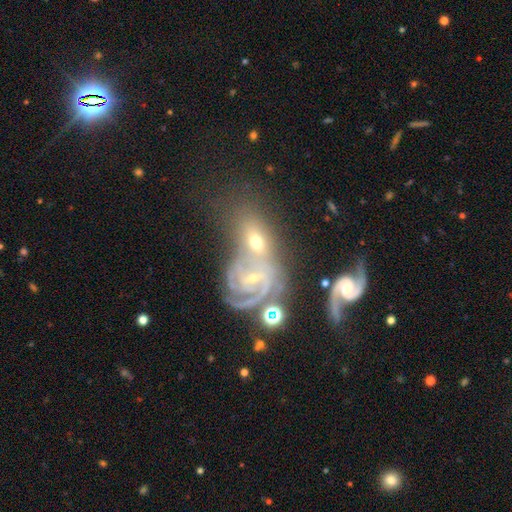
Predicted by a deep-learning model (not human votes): featured or disk 70%, smooth 16%, star or artifact 14%. Down the decision tree: edge-on disk — no (94%); bar — no (61%); spiral arms — yes (85%); spiral arm count — 2 (43%); spiral winding — tight (48%); bulge size — small (57%); merging — merger (51%).